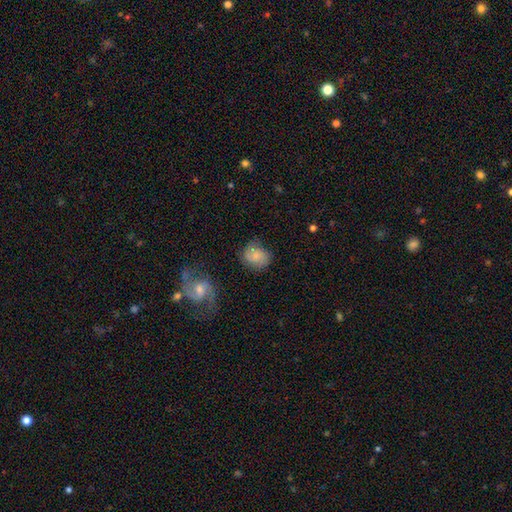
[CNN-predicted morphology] Overall: smooth (65%; featured or disk 26%). How rounded: round (68%; in between 31%). Merging: none (63%).